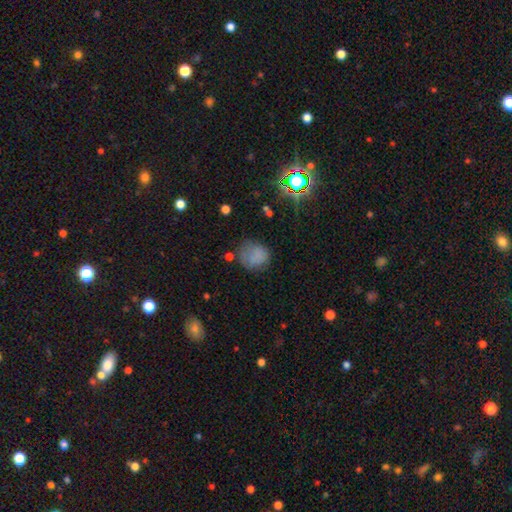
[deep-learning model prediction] Q: Smooth or featured?
A: smooth (72%); runner-up: star or artifact (15%)
Q: How rounded?
A: round (72%); runner-up: in between (27%)
Q: Merging?
A: none (54%); runner-up: minor disturbance (26%)